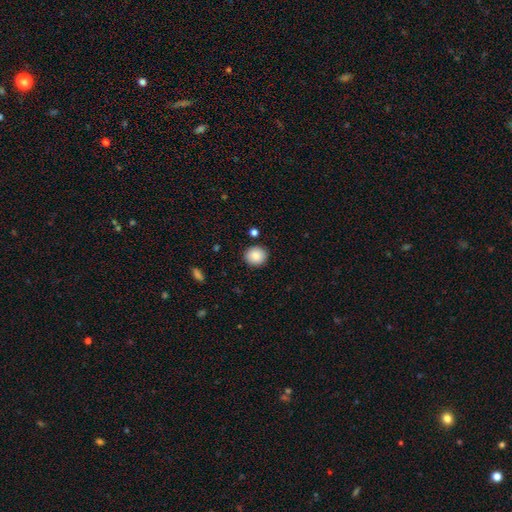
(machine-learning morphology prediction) smooth_or_featured: smooth (p=0.88) [alt: star or artifact p=0.08]
how_rounded: round (p=0.86) [alt: in between p=0.13]
merging: none (p=0.90) [alt: minor disturbance p=0.07]